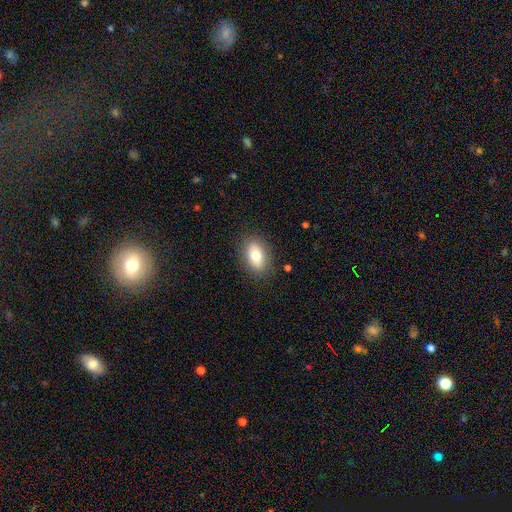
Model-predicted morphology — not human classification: Overall: smooth (77%). How rounded: in between (88%). Merging: none (86%).